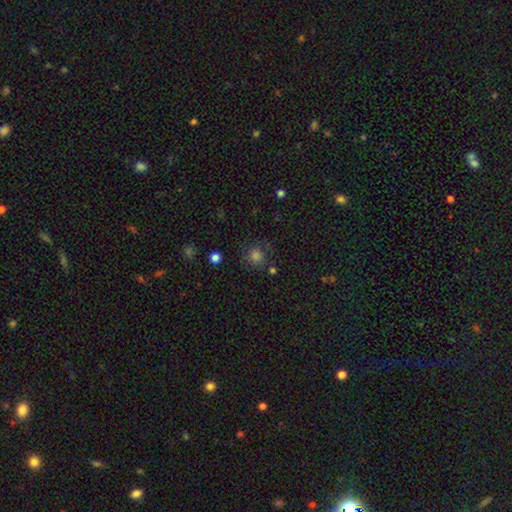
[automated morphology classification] Smooth or featured? smooth (76%)
How rounded? round (89%)
Merging? none (76%)